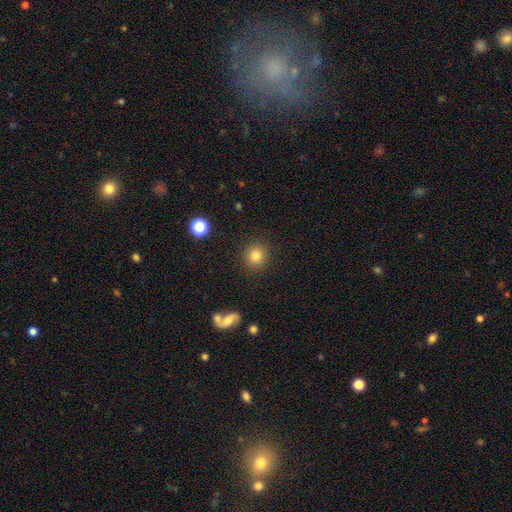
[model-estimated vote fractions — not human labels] smooth 82%, star or artifact 12%, featured or disk 6%. Down the decision tree: how rounded — round (87%); merging — none (89%).